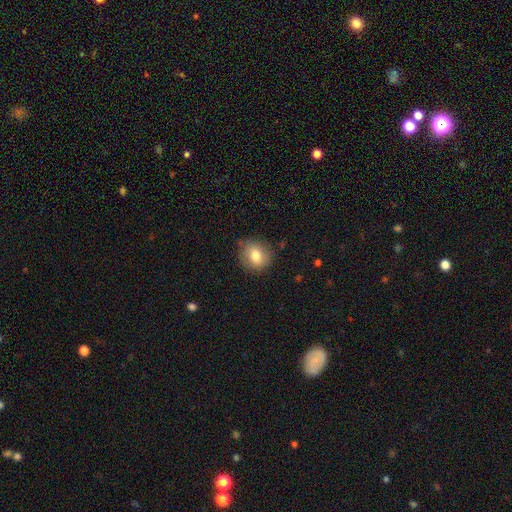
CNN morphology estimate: A smooth galaxy with no disk features (77%) that is round (75%).

Vote fractions:
- Smooth or featured? smooth: 77% / featured or disk: 14% / star or artifact: 9%
- How rounded? round: 75% / in between: 24% / cigar-shaped: 1%
- Merging? none: 81% / minor disturbance: 14% / major disturbance: 3% / merger: 1%